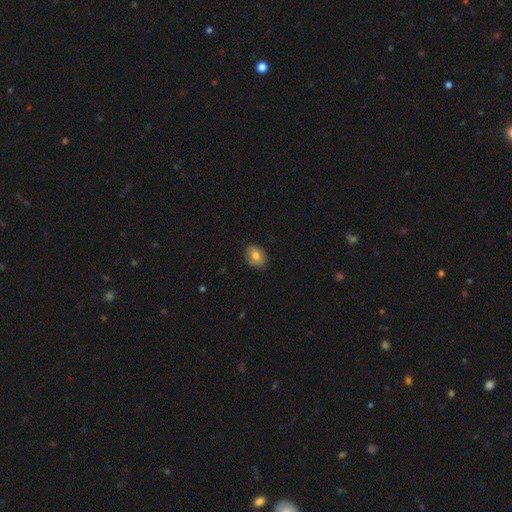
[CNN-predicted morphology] type=smooth (76%); roundness=in between (58%); merging=none (85%).